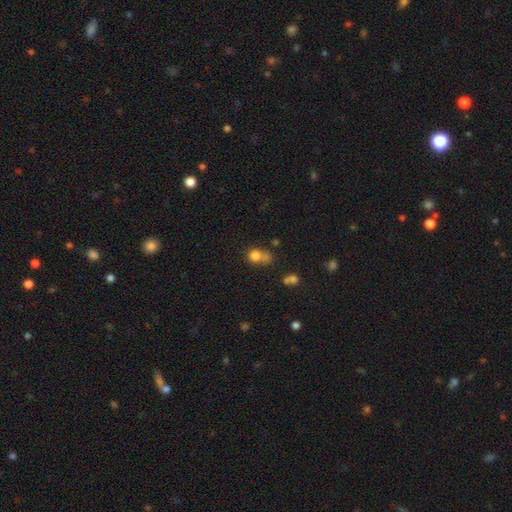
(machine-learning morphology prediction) A smooth galaxy with no disk features (77%) that is round (78%).

Vote fractions:
- Smooth or featured? smooth: 77% / star or artifact: 13% / featured or disk: 10%
- How rounded? round: 78% / in between: 21% / cigar-shaped: 1%
- Merging? merger: 43% / none: 39% / minor disturbance: 11% / major disturbance: 7%